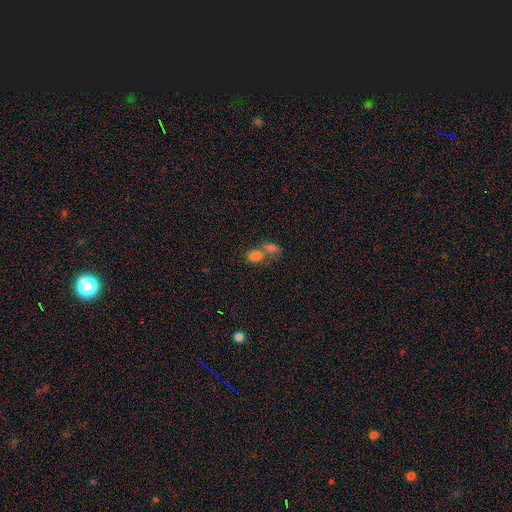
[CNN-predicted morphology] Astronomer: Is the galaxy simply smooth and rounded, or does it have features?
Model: smooth — 79%.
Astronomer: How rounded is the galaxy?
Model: in between — 75%.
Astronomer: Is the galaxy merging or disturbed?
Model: merger — 62%.